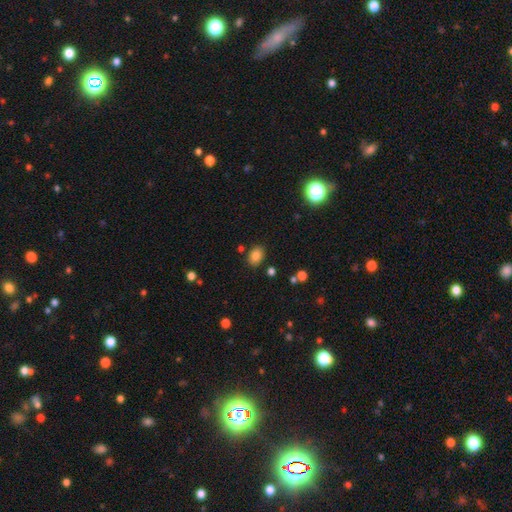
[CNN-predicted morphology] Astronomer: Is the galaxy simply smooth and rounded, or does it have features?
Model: smooth — 83%.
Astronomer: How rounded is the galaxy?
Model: in between — 72%.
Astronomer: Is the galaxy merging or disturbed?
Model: none — 83%.